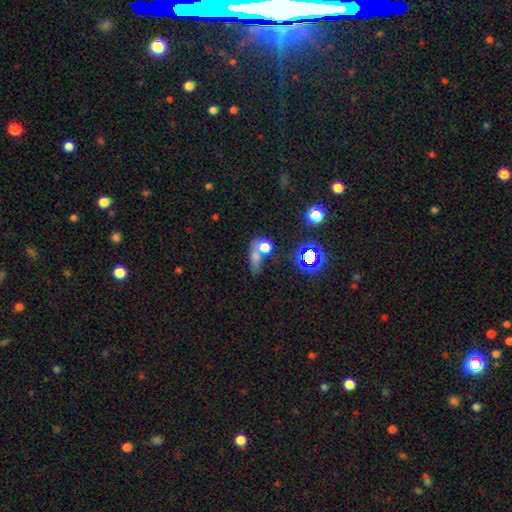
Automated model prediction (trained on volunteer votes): Smooth or featured? smooth (62%)
How rounded? in between (49%)
Merging? none (48%)